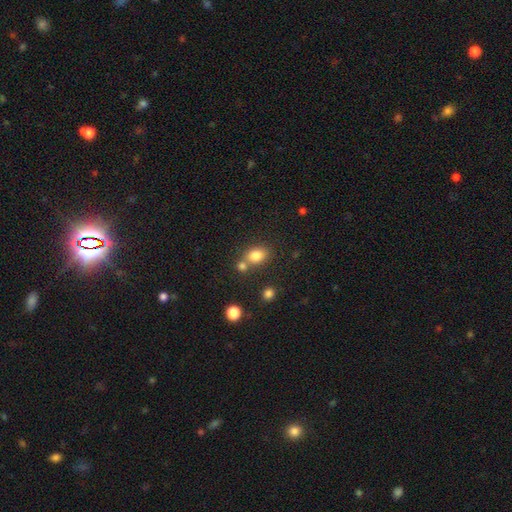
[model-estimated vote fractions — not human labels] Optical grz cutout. It shows a smooth galaxy with no disk features (82%) that is in between round and cigar-shaped (62%). Merging: none (56%).